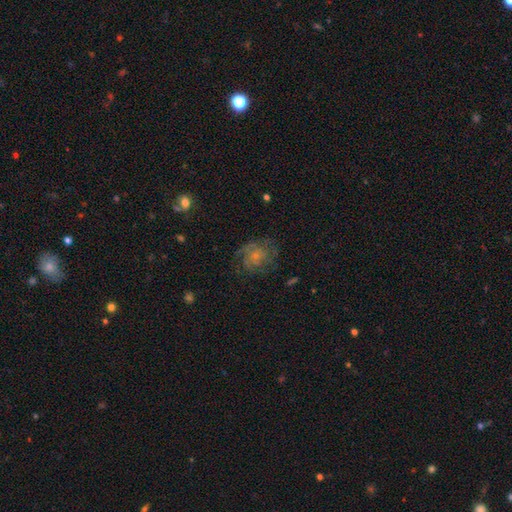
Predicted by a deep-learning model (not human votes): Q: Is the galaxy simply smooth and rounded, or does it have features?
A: featured or disk — 56%.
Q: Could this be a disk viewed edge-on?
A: no — 97%.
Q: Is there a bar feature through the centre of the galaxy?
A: no — 82%.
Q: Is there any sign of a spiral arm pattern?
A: yes — 75%.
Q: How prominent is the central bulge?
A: small — 71%.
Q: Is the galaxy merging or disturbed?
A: none — 60%.